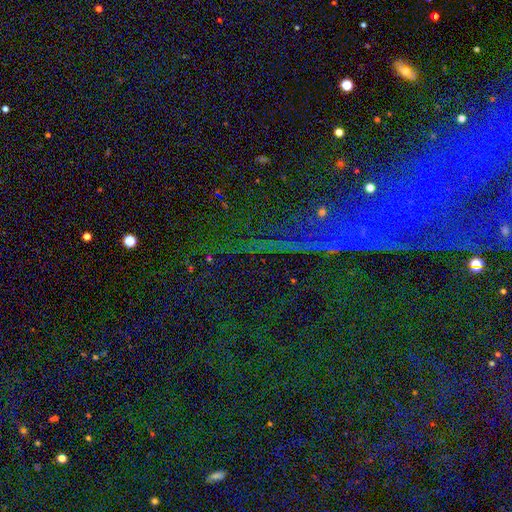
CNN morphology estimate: Smooth or featured: star or artifact — 83% (featured or disk — 9%)